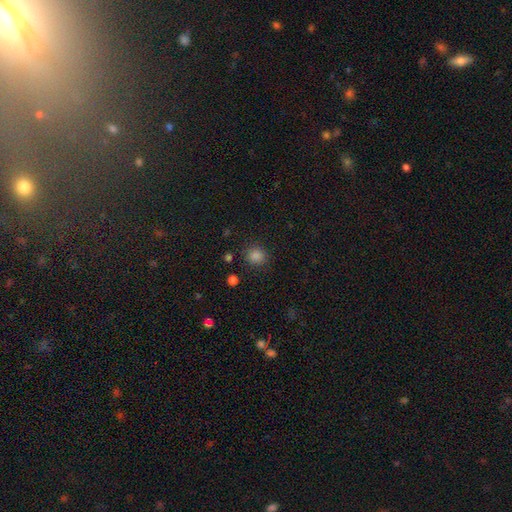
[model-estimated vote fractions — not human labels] Morphology: type=smooth (82%); roundness=round (82%); merging=none (88%).